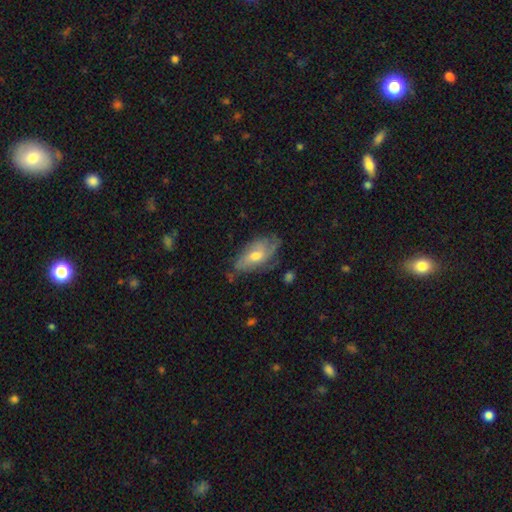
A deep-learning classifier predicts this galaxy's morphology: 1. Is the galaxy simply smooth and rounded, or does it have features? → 57% featured or disk, 36% smooth, 7% star or artifact.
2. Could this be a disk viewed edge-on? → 89% no, 11% yes.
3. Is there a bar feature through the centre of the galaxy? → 68% no, 27% weak, 5% strong.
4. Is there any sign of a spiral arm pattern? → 76% yes, 24% no.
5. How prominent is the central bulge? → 68% moderate, 23% small, 7% large, 2% none, 1% dominant.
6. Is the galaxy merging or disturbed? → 56% none, 29% minor disturbance, 12% major disturbance, 2% merger.